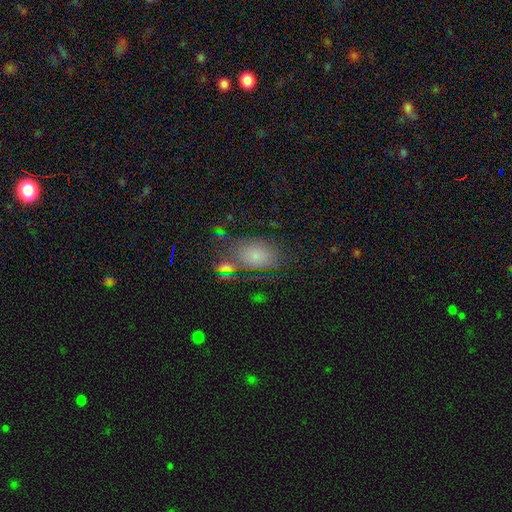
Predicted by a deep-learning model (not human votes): This appears to be a smooth galaxy with no disk features (69%) that is in between round and cigar-shaped (84%). Merging: none (47%).